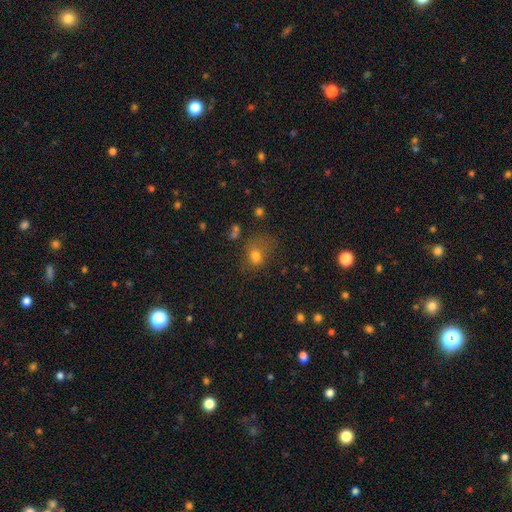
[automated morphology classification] smooth 70%, star or artifact 17%, featured or disk 13%. Down the decision tree: how rounded — round (54%); merging — none (45%).